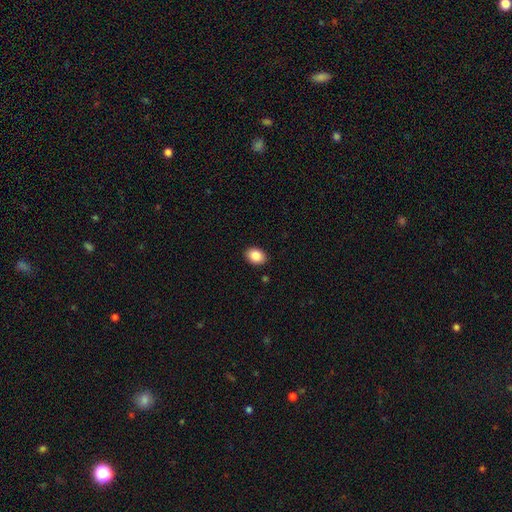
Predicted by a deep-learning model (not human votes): smooth 87%, star or artifact 8%, featured or disk 5%. Down the decision tree: how rounded — in between (74%); merging — none (90%).